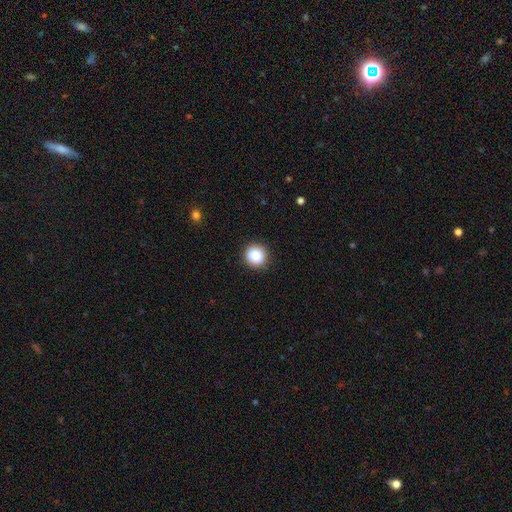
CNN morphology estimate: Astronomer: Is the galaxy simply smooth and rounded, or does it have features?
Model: smooth — 85%.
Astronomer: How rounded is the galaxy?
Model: round — 95%.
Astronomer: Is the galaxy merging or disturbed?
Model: none — 91%.